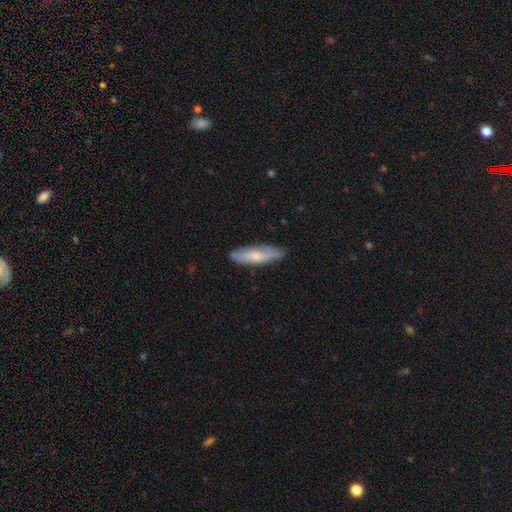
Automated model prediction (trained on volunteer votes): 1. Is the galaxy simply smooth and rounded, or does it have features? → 67% smooth, 27% featured or disk, 6% star or artifact.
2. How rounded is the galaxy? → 64% cigar-shaped, 35% in between, 2% round.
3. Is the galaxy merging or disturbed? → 80% none, 16% minor disturbance, 3% major disturbance, 1% merger.